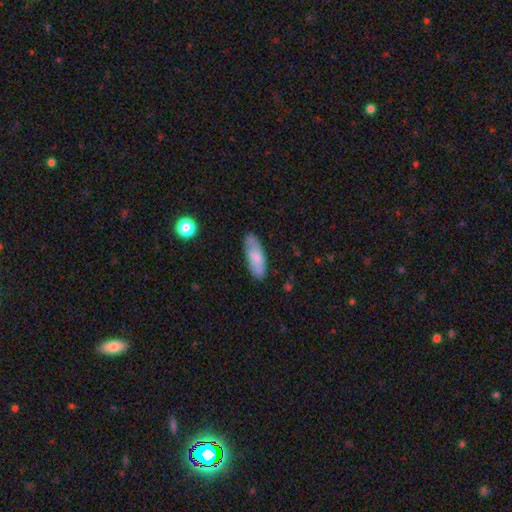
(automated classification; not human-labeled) A smooth galaxy with no disk features (74%) that is in between round and cigar-shaped (67%). Merging: none (75%).